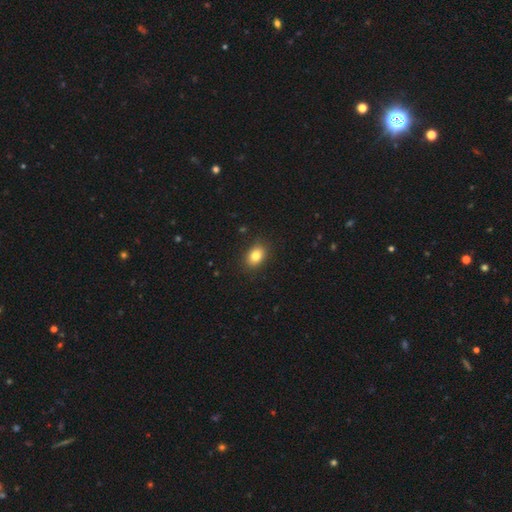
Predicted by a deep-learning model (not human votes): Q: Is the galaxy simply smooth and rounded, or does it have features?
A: smooth — 82%.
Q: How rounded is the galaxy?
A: in between — 72%.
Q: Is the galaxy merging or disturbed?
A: none — 88%.